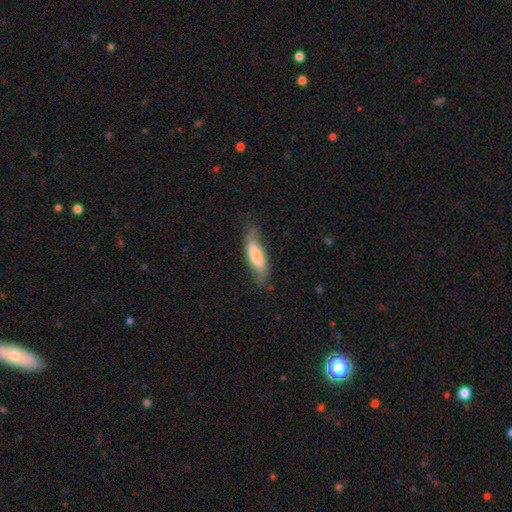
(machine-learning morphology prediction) Smooth or featured? smooth (68%)
How rounded? cigar-shaped (50%)
Merging? none (62%)